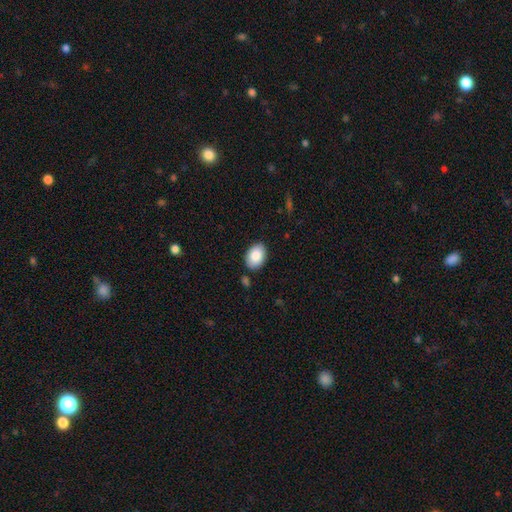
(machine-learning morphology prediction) A smooth galaxy with no disk features (86%) that is in between round and cigar-shaped (83%).

Vote fractions:
- Smooth or featured? smooth: 86% / featured or disk: 7% / star or artifact: 7%
- How rounded? in between: 83% / round: 16% / cigar-shaped: 1%
- Merging? none: 86% / minor disturbance: 10% / merger: 2% / major disturbance: 2%